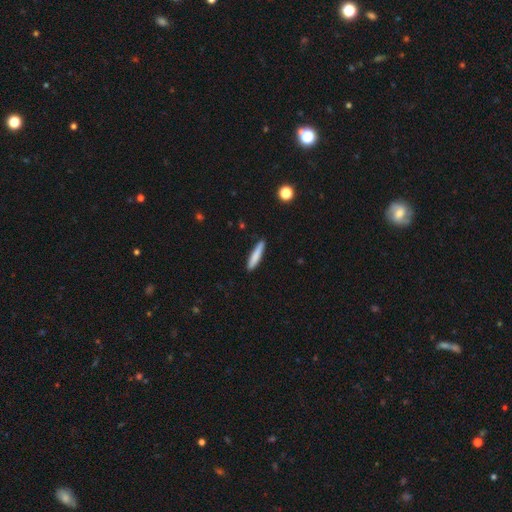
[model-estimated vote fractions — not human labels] Smooth or featured? Predicted: smooth (p=0.81). How rounded? Predicted: cigar-shaped (p=0.91). Merging? Predicted: none (p=0.89).